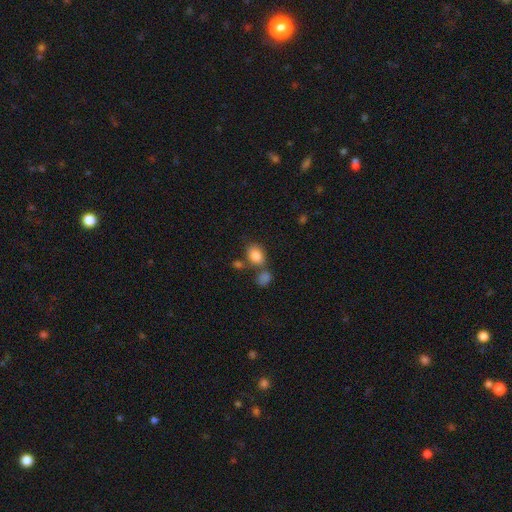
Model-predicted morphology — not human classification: type=smooth (83%); roundness=in between (75%); merging=none (52%).